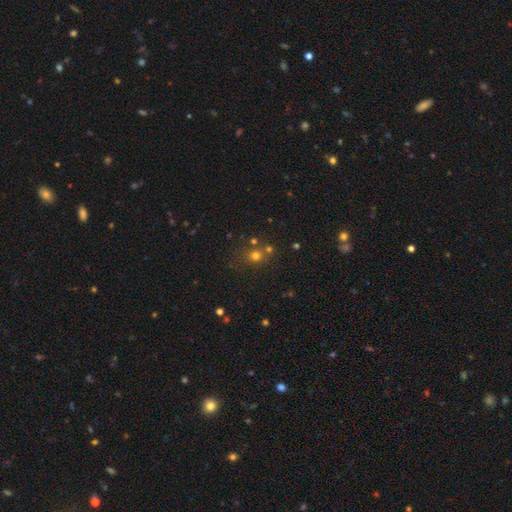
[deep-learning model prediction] This appears to be a smooth galaxy with no disk features (66%) that is round (85%). Merging: none (69%).